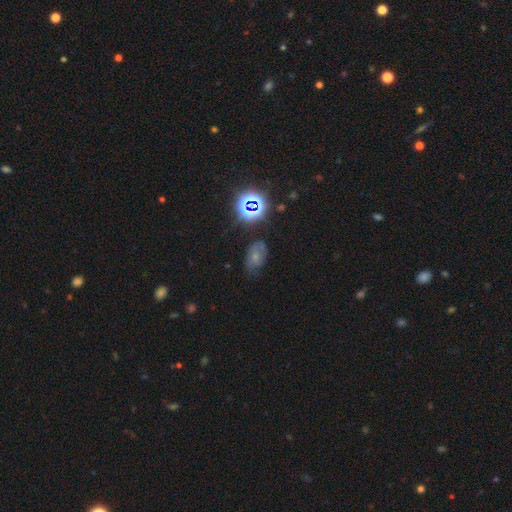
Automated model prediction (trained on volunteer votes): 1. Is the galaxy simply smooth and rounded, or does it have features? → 43% smooth, 31% star or artifact, 27% featured or disk.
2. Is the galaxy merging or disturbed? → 61% none, 27% minor disturbance, 9% major disturbance, 2% merger.